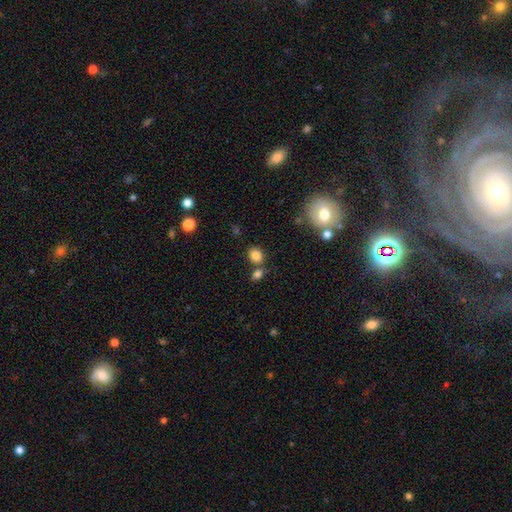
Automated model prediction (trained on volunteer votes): smooth 83%, star or artifact 11%, featured or disk 6%. Down the decision tree: how rounded — round (53%); merging — none (66%).